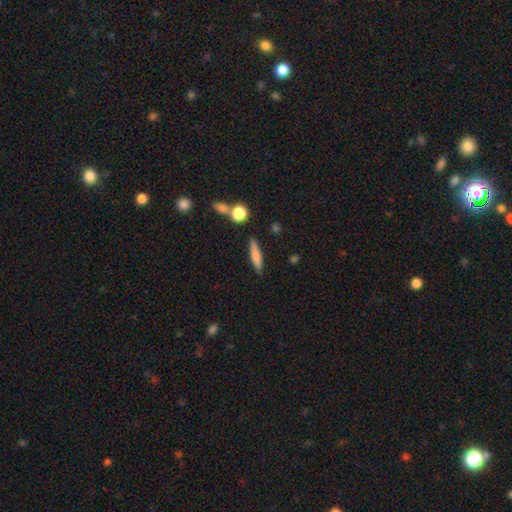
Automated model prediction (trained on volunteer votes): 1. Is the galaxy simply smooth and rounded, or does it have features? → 71% smooth, 22% featured or disk, 8% star or artifact.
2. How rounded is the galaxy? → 81% cigar-shaped, 16% in between, 3% round.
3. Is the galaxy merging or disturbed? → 83% none, 10% minor disturbance, 4% merger, 3% major disturbance.